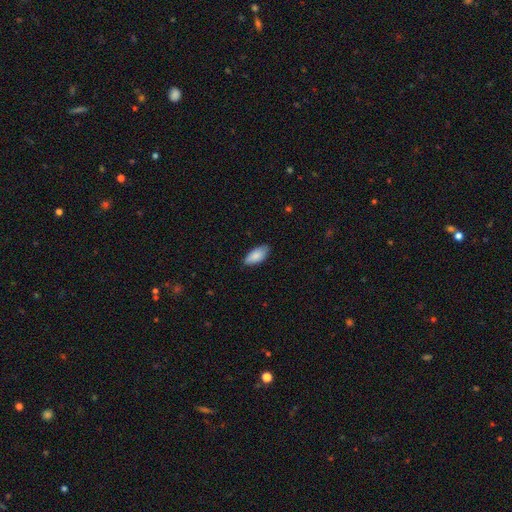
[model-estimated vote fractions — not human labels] A smooth galaxy with no disk features (83%) that is in between round and cigar-shaped (92%).

Vote fractions:
- Smooth or featured? smooth: 83% / featured or disk: 10% / star or artifact: 6%
- How rounded? in between: 92% / cigar-shaped: 6% / round: 2%
- Merging? none: 77% / minor disturbance: 19% / major disturbance: 3% / merger: 1%